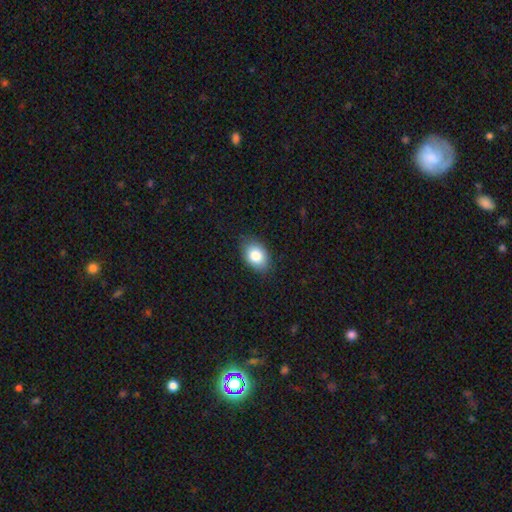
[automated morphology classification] Smooth or featured: smooth — 82% (featured or disk — 10%)
How rounded: in between — 78% (round — 21%)
Merging: none — 83% (minor disturbance — 14%)